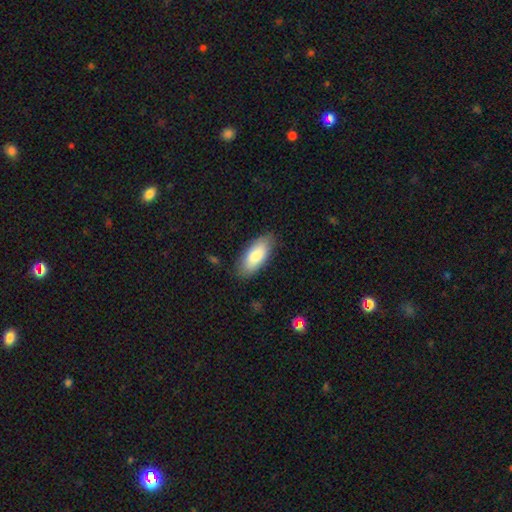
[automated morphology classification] Smooth or featured?
  - smooth: 83% *
  - featured or disk: 11%
  - star or artifact: 6%
How rounded?
  - in between: 86% *
  - cigar-shaped: 12%
  - round: 2%
Merging?
  - none: 84% *
  - minor disturbance: 12%
  - major disturbance: 3%
  - merger: 1%